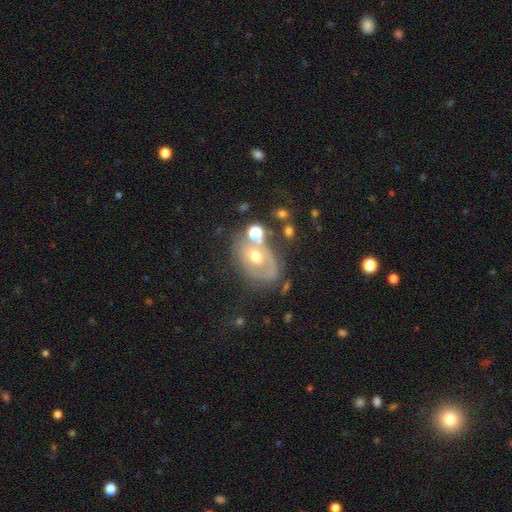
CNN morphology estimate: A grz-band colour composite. It shows a featured or disk galaxy (64%) with no bar (76%), spiral arms (50%, tied with no) and a moderate central bulge (73%). Merging: none (46%).